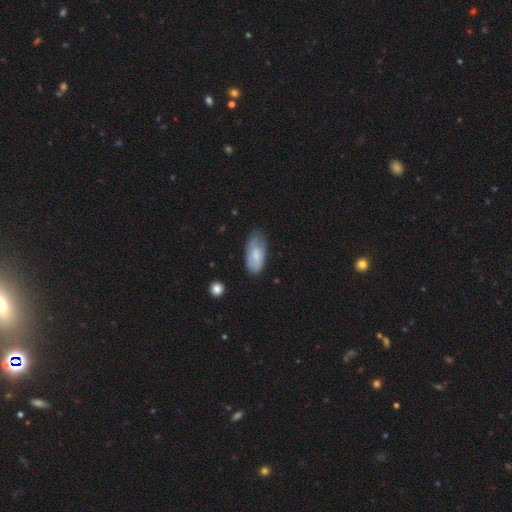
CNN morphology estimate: This appears to be a smooth galaxy with no disk features (73%) that is in between round and cigar-shaped (89%). Merging: none (60%).